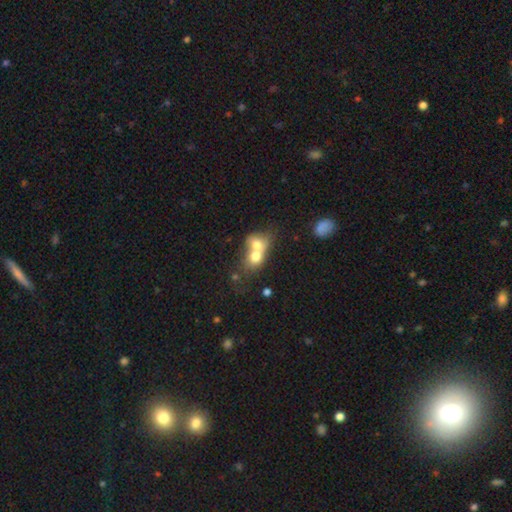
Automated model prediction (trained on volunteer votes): This is likely a smooth galaxy (67%). How rounded: possibly round (52%). Merging: likely merger (77%).